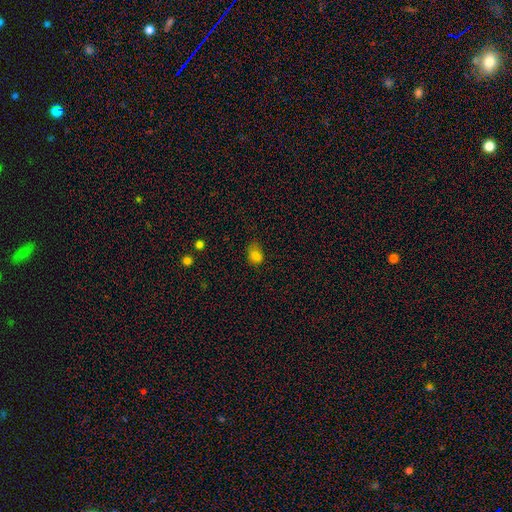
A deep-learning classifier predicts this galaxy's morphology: A smooth galaxy with no disk features (80%) that is in between round and cigar-shaped (72%).

Vote fractions:
- Smooth or featured? smooth: 80% / star or artifact: 14% / featured or disk: 6%
- How rounded? in between: 72% / round: 27% / cigar-shaped: 1%
- Merging? none: 54% / minor disturbance: 32% / major disturbance: 11% / merger: 3%